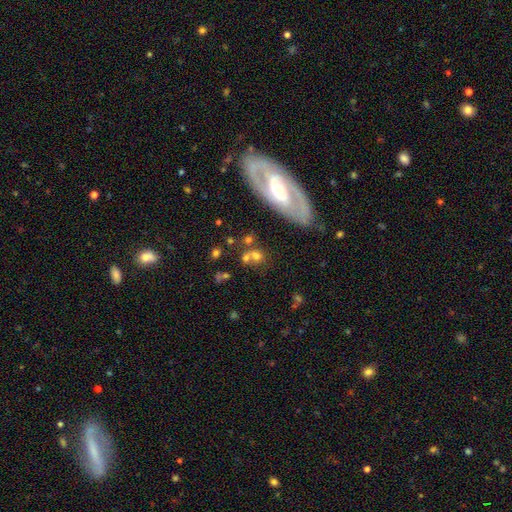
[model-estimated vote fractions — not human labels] This appears to be a smooth galaxy with no disk features (62%) that is round (68%). Merging: none (47%).